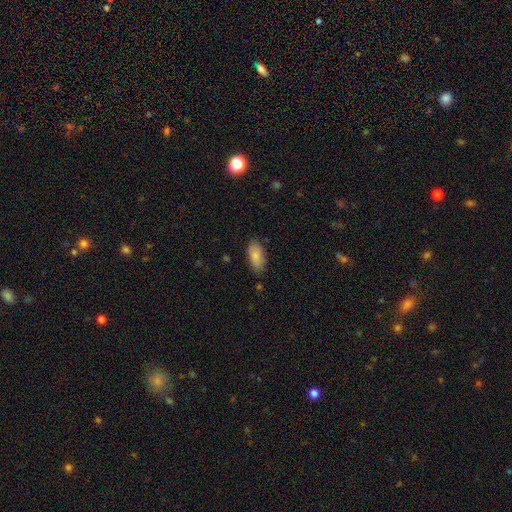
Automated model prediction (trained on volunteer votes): smooth_or_featured: smooth (p=0.85) [alt: featured or disk p=0.09]
how_rounded: in between (p=0.91) [alt: cigar-shaped p=0.06]
merging: none (p=0.81) [alt: minor disturbance p=0.15]